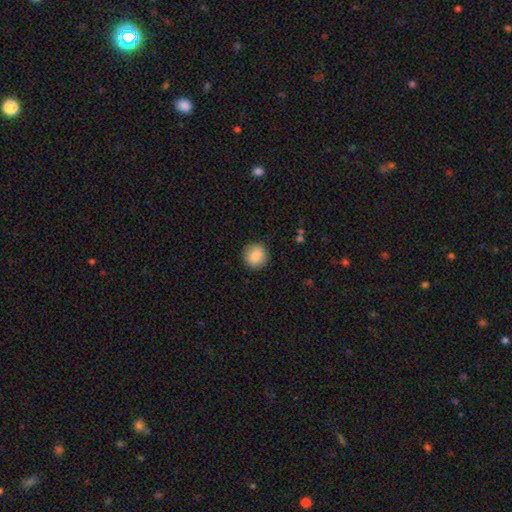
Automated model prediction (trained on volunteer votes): This is clearly a smooth galaxy (88%). How rounded: clearly round (93%). Merging: clearly none (90%).